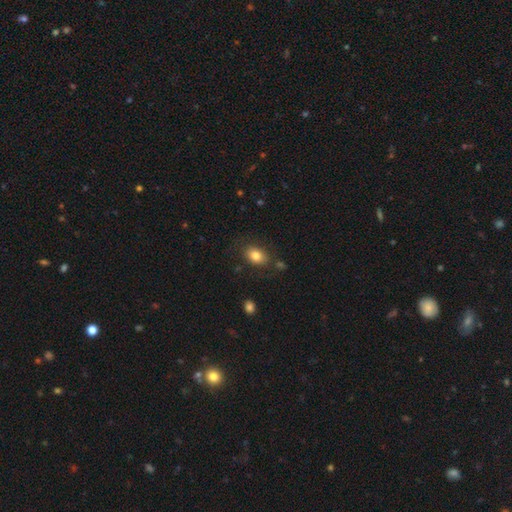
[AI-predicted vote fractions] This appears to be a smooth galaxy with no disk features (82%) that is in between round and cigar-shaped (76%). Merging: none (80%).